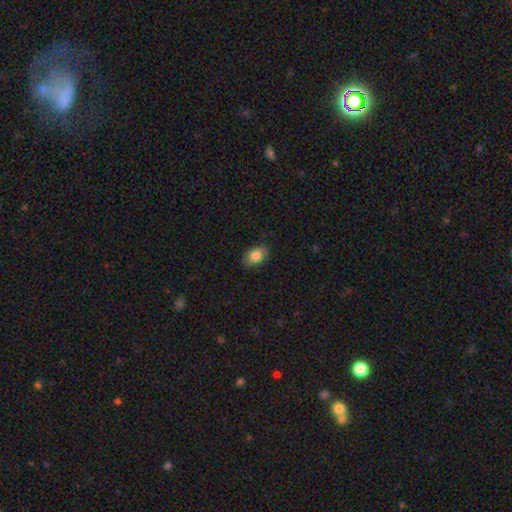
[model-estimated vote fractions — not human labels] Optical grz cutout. It shows a smooth galaxy with no disk features (84%) that is in between round and cigar-shaped (82%). Merging: none (83%).